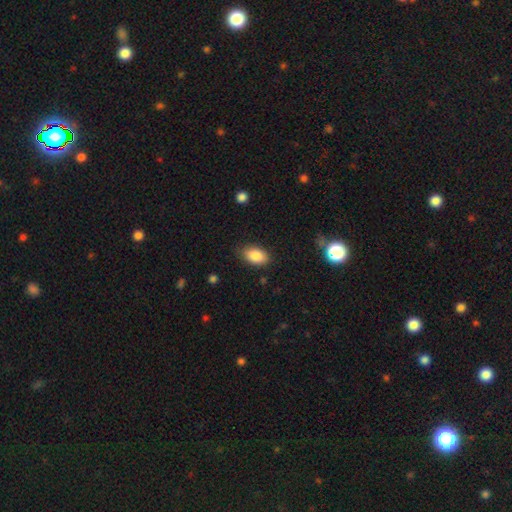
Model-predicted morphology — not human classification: Smooth or featured? smooth (86%)
How rounded? in between (91%)
Merging? none (82%)